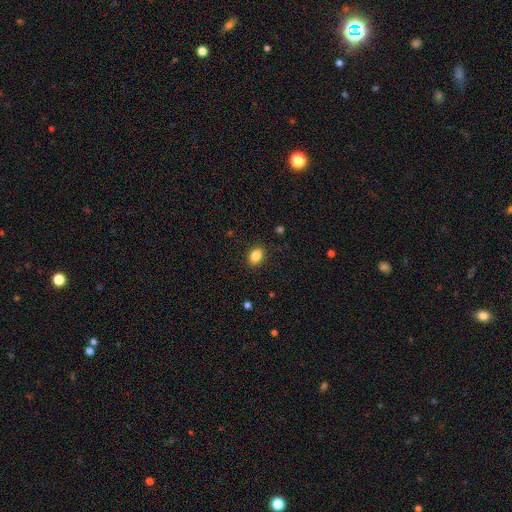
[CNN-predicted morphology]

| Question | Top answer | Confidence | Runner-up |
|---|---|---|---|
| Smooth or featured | smooth | 86% | star or artifact (9%) |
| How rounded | in between | 76% | round (23%) |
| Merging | none | 89% | minor disturbance (8%) |